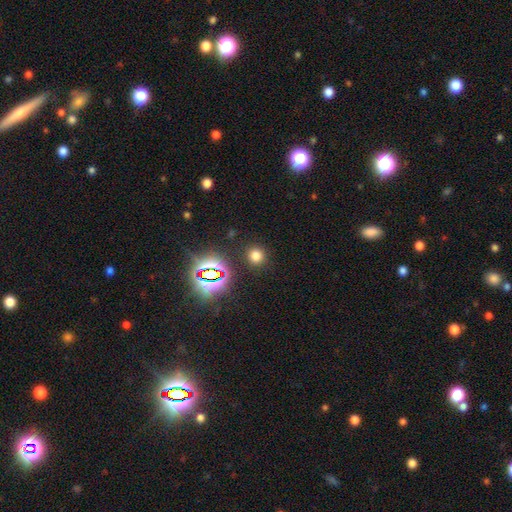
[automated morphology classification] Overall: smooth (70%). How rounded: round (88%). Merging: none (89%).